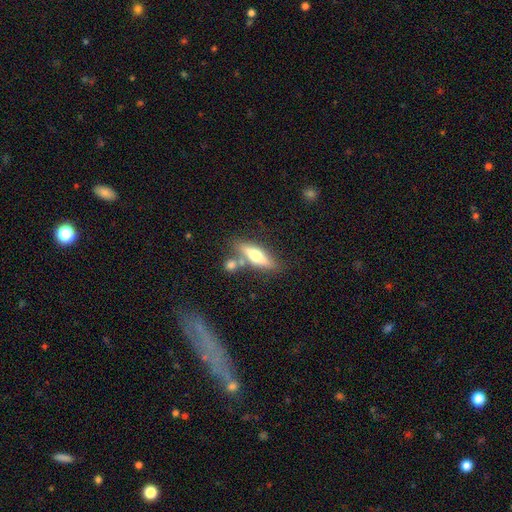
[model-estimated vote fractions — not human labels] smooth-or-featured: smooth: 49% | featured or disk: 44% | star or artifact: 7%
  merging: none: 67% | merger: 15% | minor disturbance: 13% | major disturbance: 4%